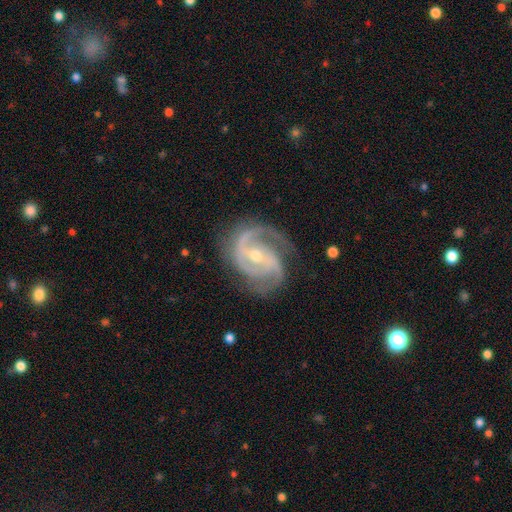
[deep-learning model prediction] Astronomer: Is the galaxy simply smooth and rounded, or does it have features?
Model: featured or disk — 92%.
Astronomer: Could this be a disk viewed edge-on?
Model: no — 98%.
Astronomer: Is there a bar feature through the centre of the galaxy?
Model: weak — 41% (runner-up: no, 35%).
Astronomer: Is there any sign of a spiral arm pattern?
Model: yes — 98%.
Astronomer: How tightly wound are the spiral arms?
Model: medium — 54% (runner-up: tight, 34%).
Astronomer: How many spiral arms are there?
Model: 2 — 53% (runner-up: 3, 30%).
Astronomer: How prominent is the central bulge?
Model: small — 56% (runner-up: moderate, 41%).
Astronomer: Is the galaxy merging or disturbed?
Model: none — 70%.